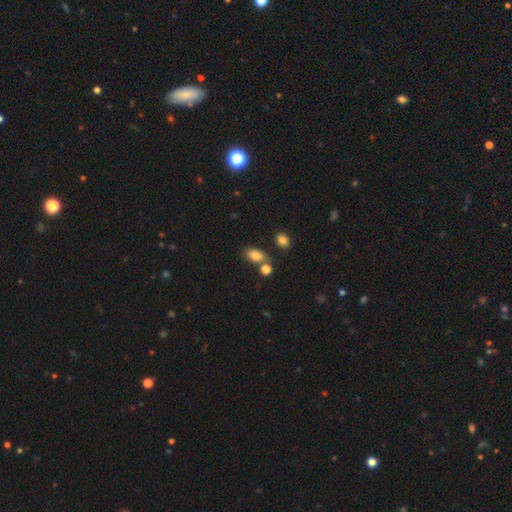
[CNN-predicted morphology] This is clearly a smooth galaxy (83%). How rounded: clearly in between (84%). Merging: likely none (62%).